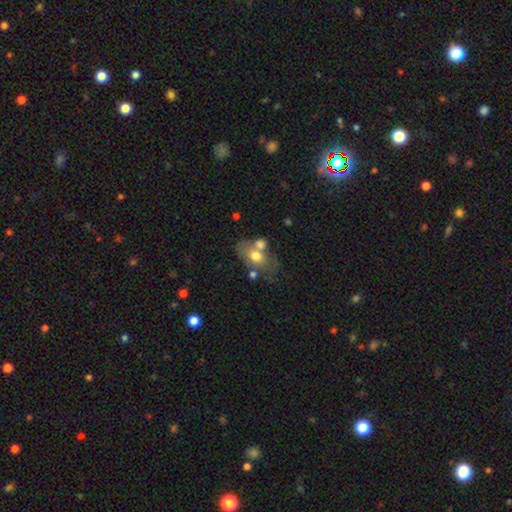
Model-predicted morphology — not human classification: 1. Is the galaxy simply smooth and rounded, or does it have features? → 61% smooth, 30% featured or disk, 8% star or artifact.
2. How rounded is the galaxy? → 77% in between, 21% round, 2% cigar-shaped.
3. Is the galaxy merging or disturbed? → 38% merger, 36% none, 16% minor disturbance, 9% major disturbance.